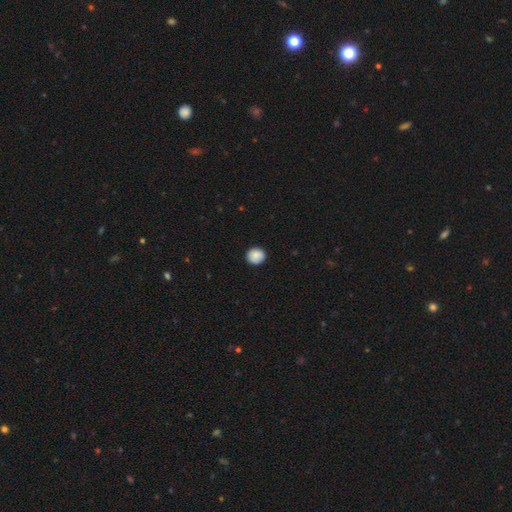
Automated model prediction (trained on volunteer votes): Smooth or featured: smooth — 87% (star or artifact — 8%)
How rounded: round — 87% (in between — 12%)
Merging: none — 89% (minor disturbance — 8%)